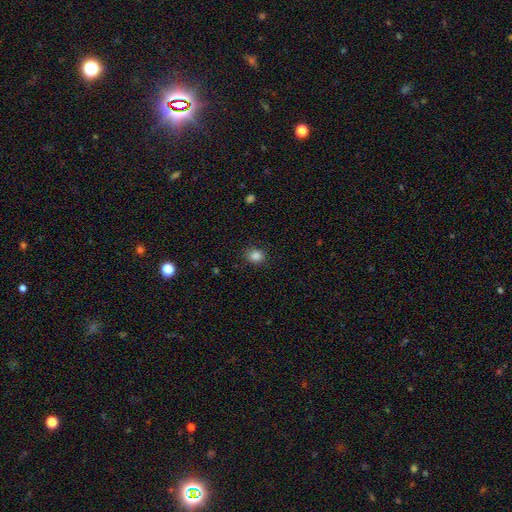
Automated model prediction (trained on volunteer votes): Morphology: type=smooth (85%); roundness=round (69%); merging=none (86%).